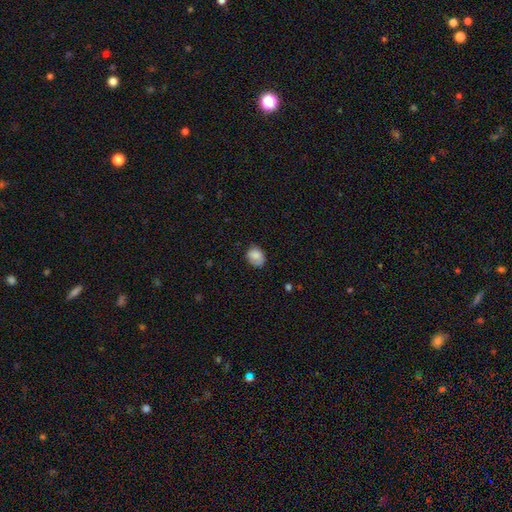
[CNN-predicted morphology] type=smooth (84%); roundness=in between (53%); merging=none (70%).